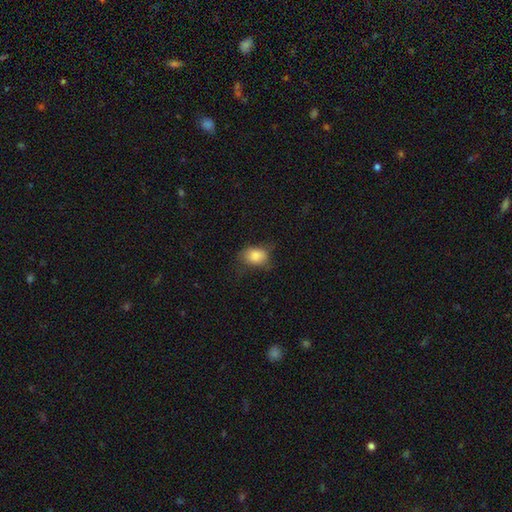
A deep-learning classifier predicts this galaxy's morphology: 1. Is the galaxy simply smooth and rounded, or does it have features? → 84% smooth, 8% star or artifact, 8% featured or disk.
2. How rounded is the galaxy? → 75% in between, 24% round, 1% cigar-shaped.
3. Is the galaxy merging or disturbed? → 59% none, 28% minor disturbance, 12% major disturbance, 1% merger.